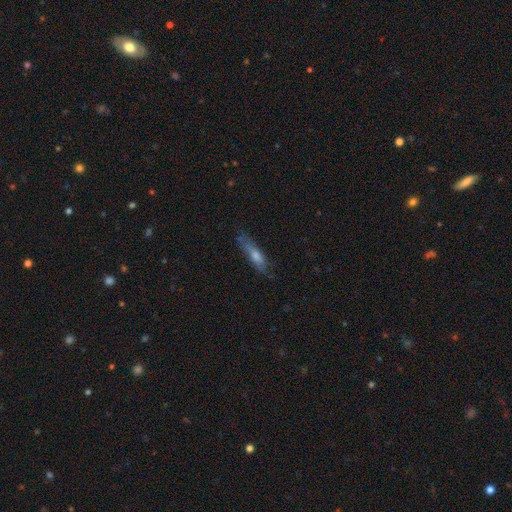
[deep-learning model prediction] This is possibly a smooth galaxy (53%). How rounded: likely cigar-shaped (75%). Merging: likely none (61%).